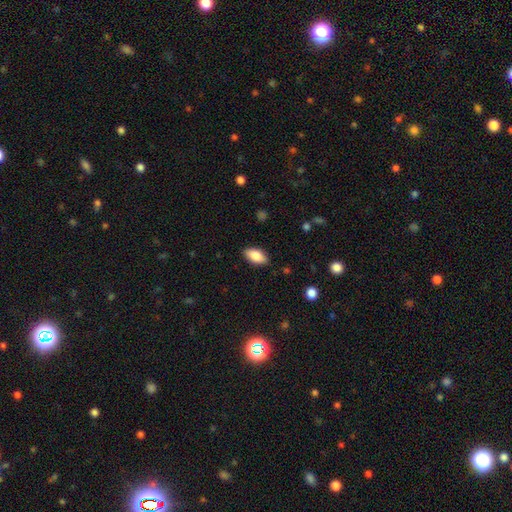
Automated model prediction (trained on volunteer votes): smooth 82%, featured or disk 11%, star or artifact 7%. Down the decision tree: how rounded — in between (91%); merging — none (86%).